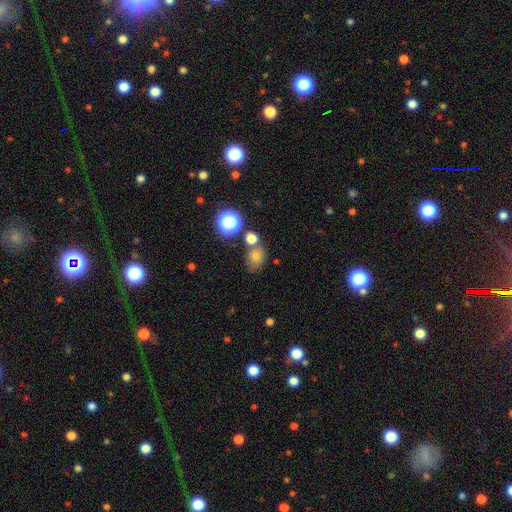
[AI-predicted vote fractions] smooth-or-featured: smooth: 70% | star or artifact: 19% | featured or disk: 11%
  how-rounded: in between: 51% | round: 47% | cigar-shaped: 1%
  merging: none: 60% | merger: 20% | minor disturbance: 15% | major disturbance: 6%